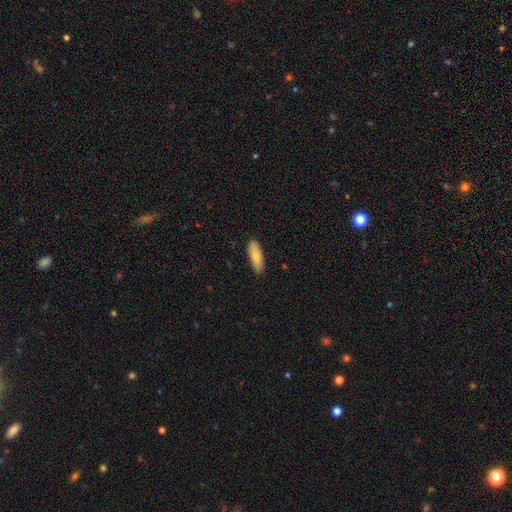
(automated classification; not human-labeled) A smooth galaxy with no disk features (79%) that is in between round and cigar-shaped (55%).

Vote fractions:
- Smooth or featured? smooth: 79% / featured or disk: 16% / star or artifact: 6%
- How rounded? in between: 55% / cigar-shaped: 43% / round: 2%
- Merging? none: 89% / minor disturbance: 9% / major disturbance: 2% / merger: 1%